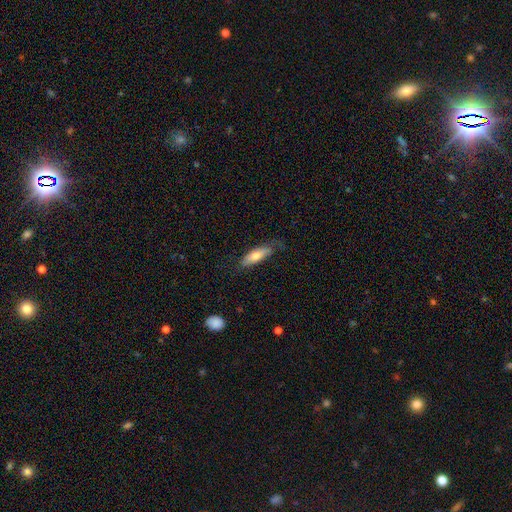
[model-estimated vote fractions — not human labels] Smooth or featured?
  - smooth: 69% *
  - featured or disk: 25%
  - star or artifact: 6%
How rounded?
  - in between: 52% *
  - cigar-shaped: 46%
  - round: 2%
Merging?
  - none: 63% *
  - minor disturbance: 27%
  - major disturbance: 9%
  - merger: 2%